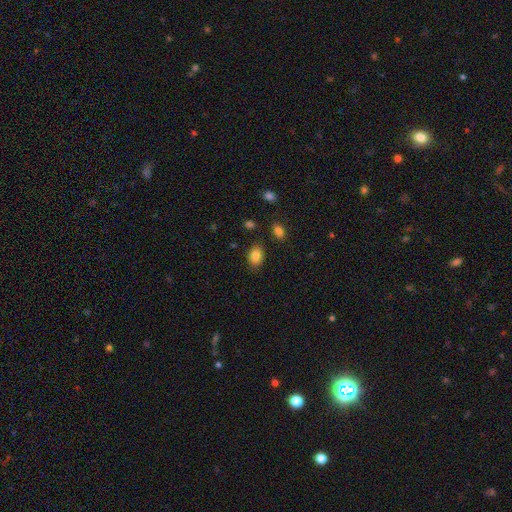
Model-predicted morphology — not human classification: The model was most divided on "how rounded": in between: 79%, round: 20%, cigar-shaped: 1%. More confident: smooth or featured — smooth (85%); merging — none (83%).